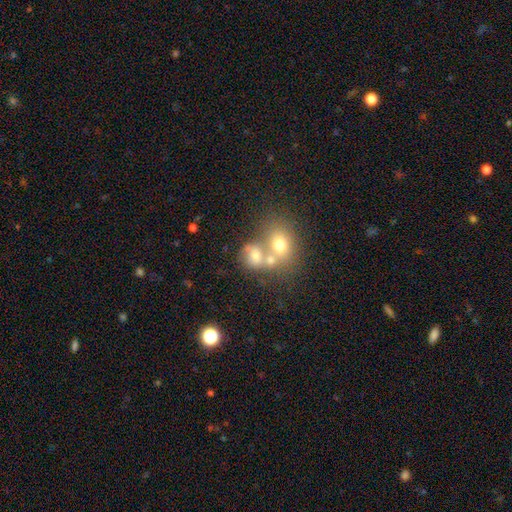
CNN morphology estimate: Smooth or featured? Predicted: smooth (p=0.59). How rounded? Predicted: round (p=0.57). Merging? Predicted: merger (p=0.55).